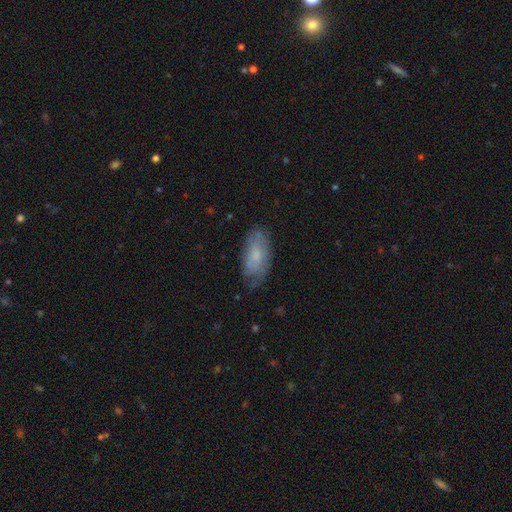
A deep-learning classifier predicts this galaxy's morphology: smooth_or_featured: smooth (p=0.55) [alt: featured or disk p=0.38]
how_rounded: in between (p=0.88) [alt: cigar-shaped p=0.09]
merging: none (p=0.65) [alt: minor disturbance p=0.26]